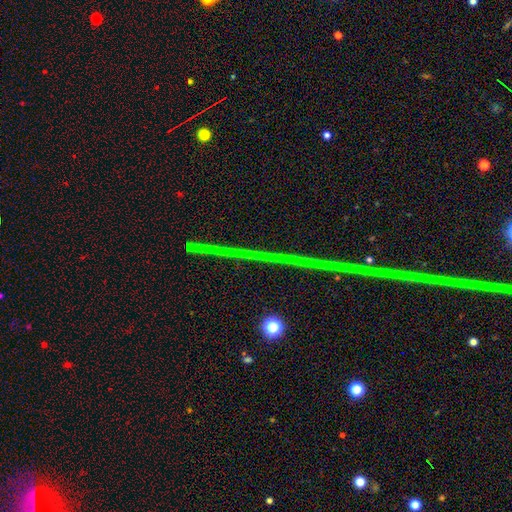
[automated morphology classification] Smooth or featured: star or artifact — 80% (featured or disk — 13%)